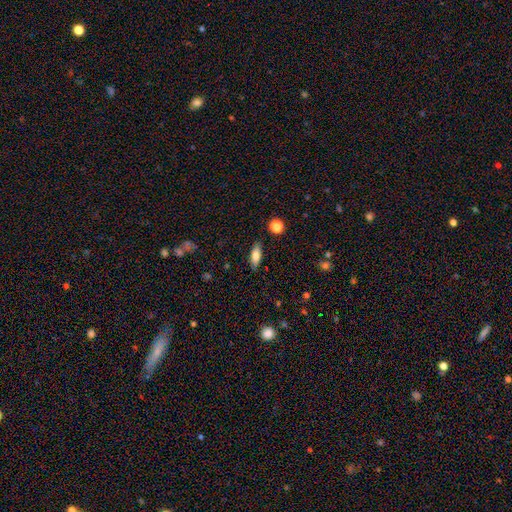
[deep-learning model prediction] Overall: smooth (74%). How rounded: in between (65%; cigar-shaped 32%). Merging: none (86%).